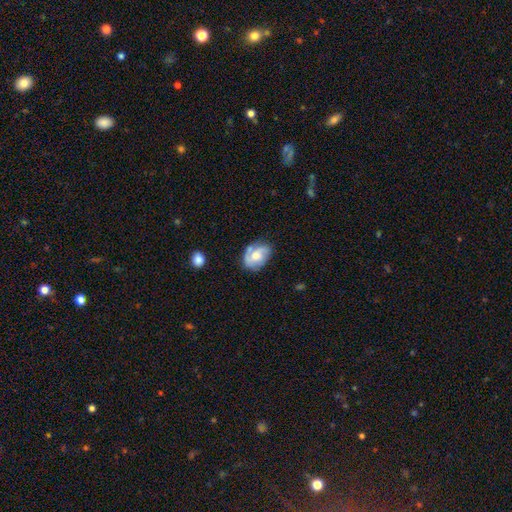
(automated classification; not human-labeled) This appears to be a featured or disk galaxy (53%) with no bar (68%), spiral arms (78%) and a moderate central bulge (62%). Merging: none (56%).